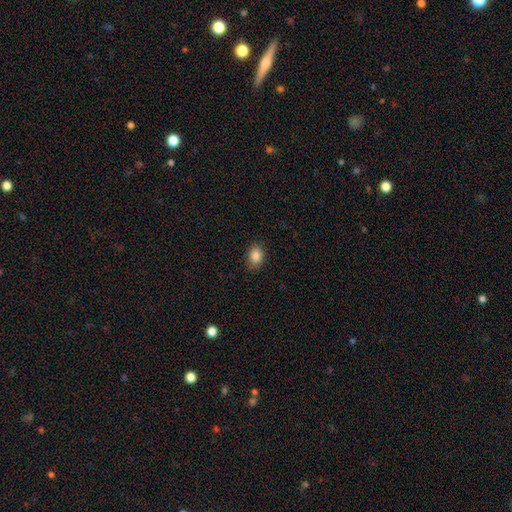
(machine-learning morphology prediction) This is clearly a smooth galaxy (86%). How rounded: likely in between (75%). Merging: clearly none (85%).